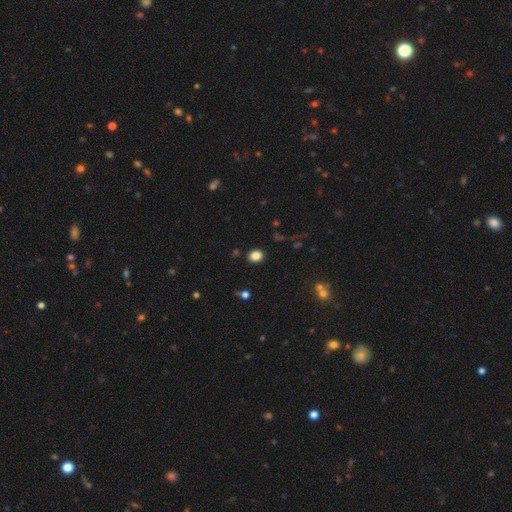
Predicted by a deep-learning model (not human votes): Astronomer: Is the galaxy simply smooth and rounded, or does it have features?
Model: smooth — 84%.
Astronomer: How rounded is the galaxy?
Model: round — 57% (runner-up: in between, 42%).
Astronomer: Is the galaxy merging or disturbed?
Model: none — 89%.